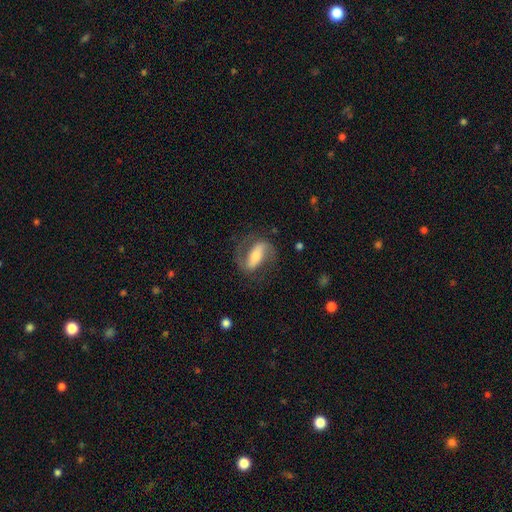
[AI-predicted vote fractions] Q: Smooth or featured?
A: featured or disk (78%); runner-up: smooth (16%)
Q: Edge-on disk?
A: no (91%); runner-up: yes (9%)
Q: Bar?
A: strong (60%); runner-up: weak (24%)
Q: Spiral arms?
A: yes (90%); runner-up: no (10%)
Q: Spiral winding?
A: medium (47%); runner-up: loose (32%)
Q: Spiral arm count?
A: 2 (89%); runner-up: can't tell (5%)
Q: Bulge size?
A: moderate (56%); runner-up: small (32%)
Q: Merging?
A: none (74%); runner-up: minor disturbance (15%)